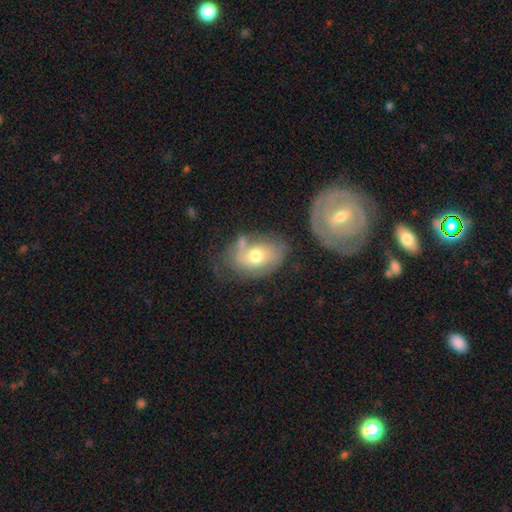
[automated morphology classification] The model was most divided on "smooth or featured": smooth: 52%, featured or disk: 40%, star or artifact: 8%. Remaining: how rounded — in between (80%); merging — none (45%).